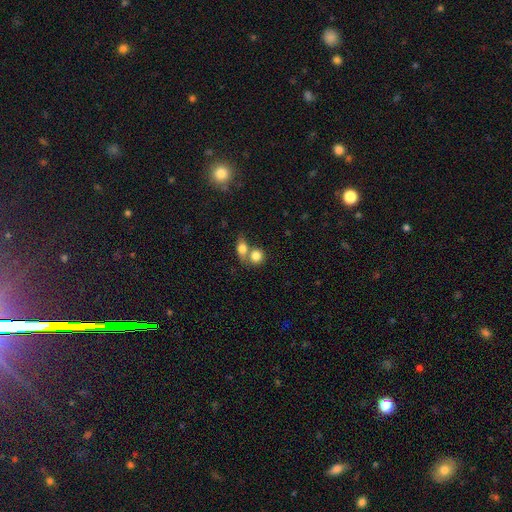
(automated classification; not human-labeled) A smooth galaxy with no disk features (80%) that is round (70%). Merging: merger (57%).